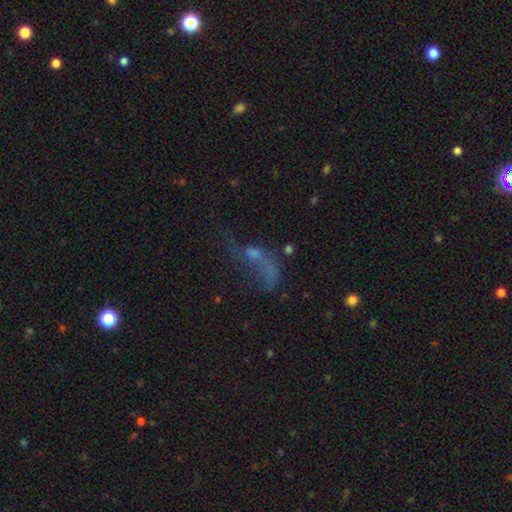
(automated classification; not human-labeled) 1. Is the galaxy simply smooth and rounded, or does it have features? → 48% featured or disk, 32% smooth, 21% star or artifact.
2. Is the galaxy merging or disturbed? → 44% major disturbance, 24% none, 20% merger, 12% minor disturbance.